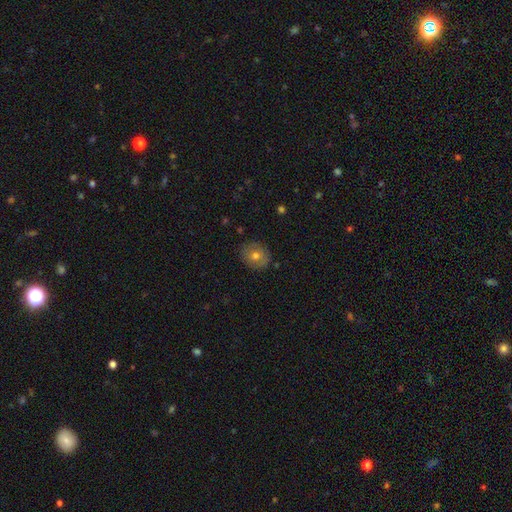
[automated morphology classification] Q: Smooth or featured?
A: smooth (67%); runner-up: featured or disk (23%)
Q: How rounded?
A: round (70%); runner-up: in between (29%)
Q: Merging?
A: none (85%); runner-up: minor disturbance (12%)